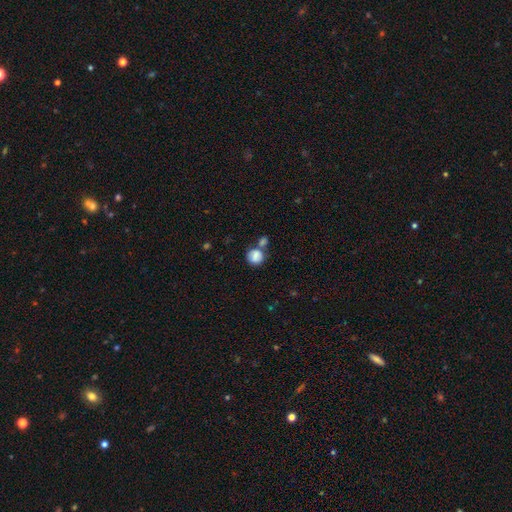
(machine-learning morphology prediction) Smooth or featured? smooth (79%)
How rounded? round (82%)
Merging? none (43%)